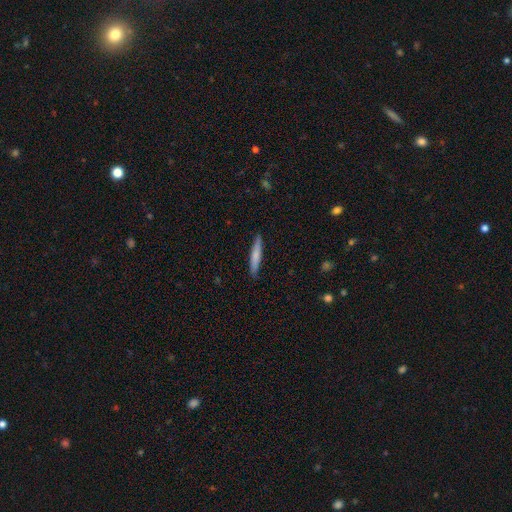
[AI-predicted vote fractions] Overall: smooth (72%). How rounded: cigar-shaped (93%). Merging: none (89%).